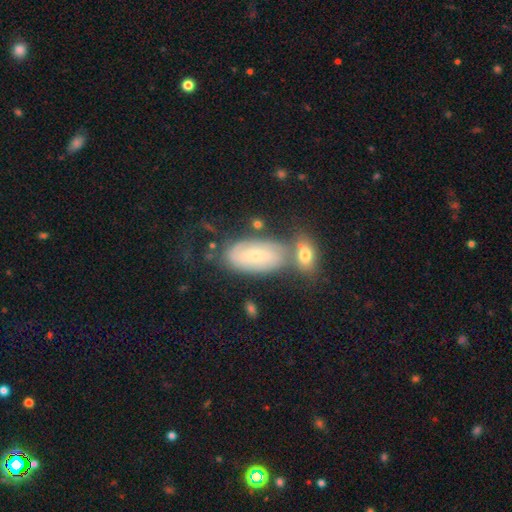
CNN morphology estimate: Q: Smooth or featured?
A: featured or disk (60%); runner-up: smooth (32%)
Q: Edge-on disk?
A: no (91%); runner-up: yes (9%)
Q: Bar?
A: no (47%); runner-up: weak (40%)
Q: Spiral arms?
A: yes (84%); runner-up: no (16%)
Q: Bulge size?
A: small (59%); runner-up: moderate (36%)
Q: Merging?
A: none (52%); runner-up: merger (25%)